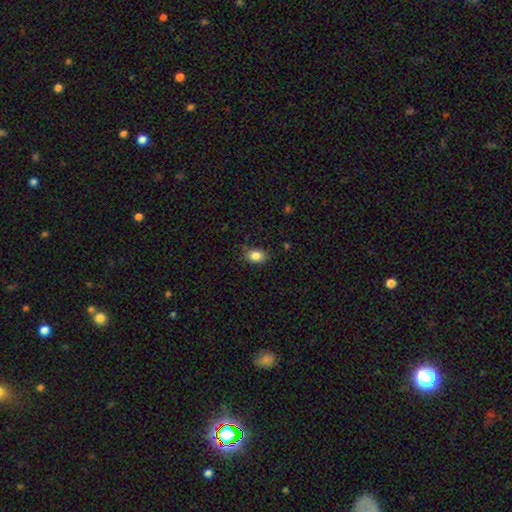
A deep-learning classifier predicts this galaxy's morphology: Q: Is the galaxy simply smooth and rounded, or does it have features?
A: smooth — 85%.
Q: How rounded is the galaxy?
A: in between — 75%.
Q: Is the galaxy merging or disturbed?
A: none — 78%.